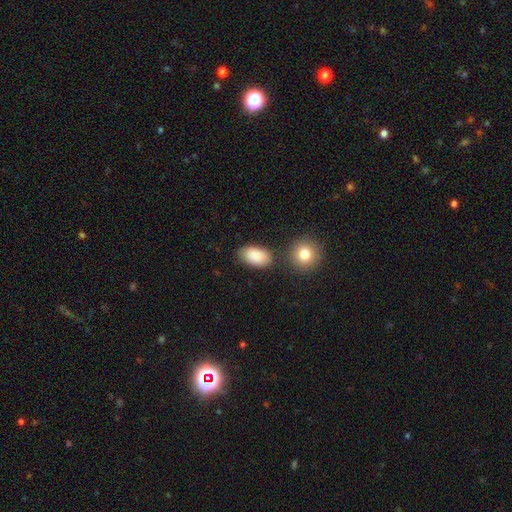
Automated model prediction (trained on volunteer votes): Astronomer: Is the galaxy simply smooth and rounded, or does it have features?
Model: smooth — 88%.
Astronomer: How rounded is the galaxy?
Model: in between — 93%.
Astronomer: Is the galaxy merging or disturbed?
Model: none — 73%.